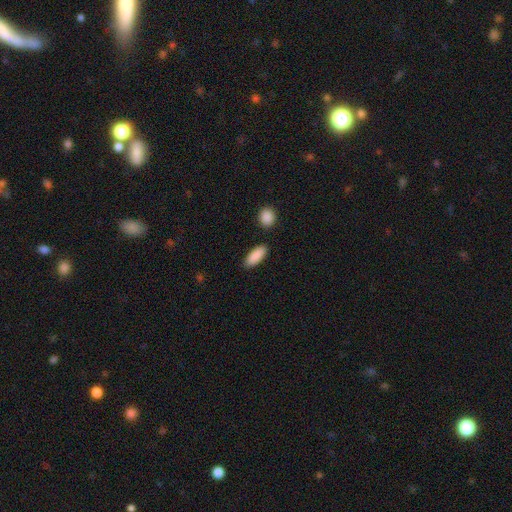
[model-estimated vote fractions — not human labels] Smooth or featured? Predicted: smooth (p=0.89). How rounded? Predicted: in between (p=0.77). Merging? Predicted: none (p=0.86).